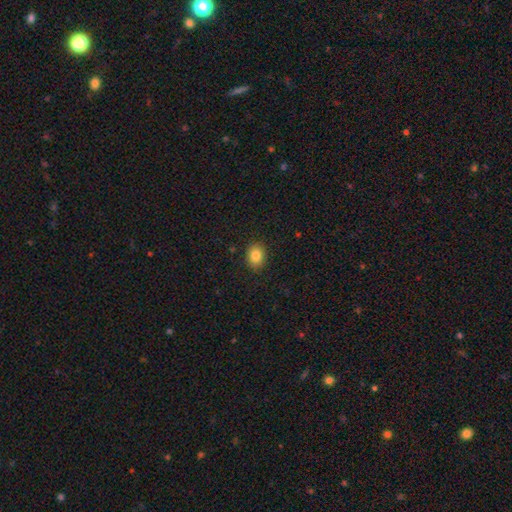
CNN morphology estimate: Smooth or featured? smooth (85%)
How rounded? in between (57%)
Merging? none (89%)